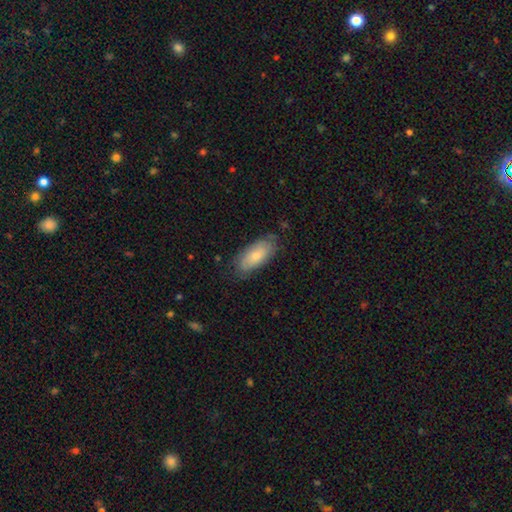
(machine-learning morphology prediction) Smooth or featured?
  - smooth: 74% *
  - featured or disk: 20%
  - star or artifact: 6%
How rounded?
  - in between: 86% *
  - cigar-shaped: 12%
  - round: 2%
Merging?
  - none: 73% *
  - minor disturbance: 21%
  - major disturbance: 4%
  - merger: 1%